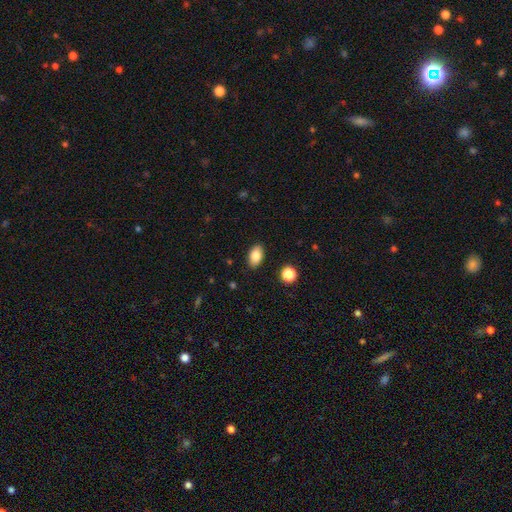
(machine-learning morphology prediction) Q: Smooth or featured?
A: smooth (83%); runner-up: featured or disk (8%)
Q: How rounded?
A: in between (90%); runner-up: round (9%)
Q: Merging?
A: none (88%); runner-up: minor disturbance (8%)